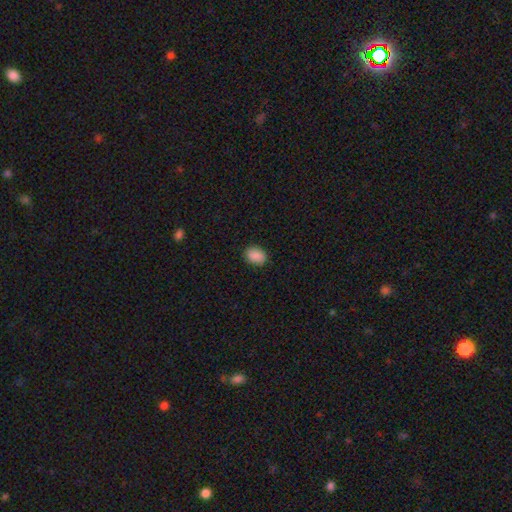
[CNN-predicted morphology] Smooth or featured?
  - smooth: 89% *
  - star or artifact: 8%
  - featured or disk: 3%
How rounded?
  - in between: 69% *
  - round: 30%
  - cigar-shaped: 1%
Merging?
  - none: 88% *
  - minor disturbance: 9%
  - major disturbance: 2%
  - merger: 1%